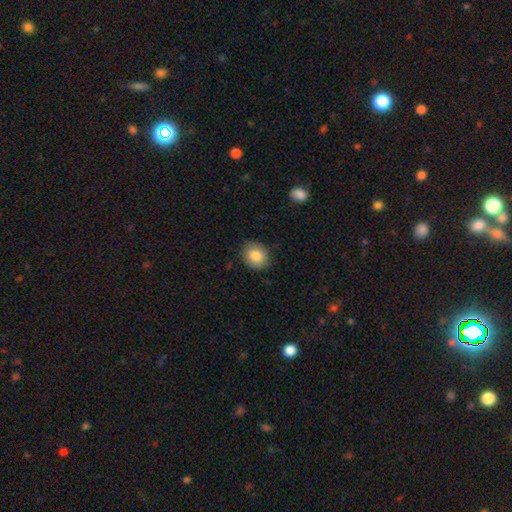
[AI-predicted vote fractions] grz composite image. It shows a smooth galaxy with no disk features (82%) that is round (66%). Merging: none (85%).